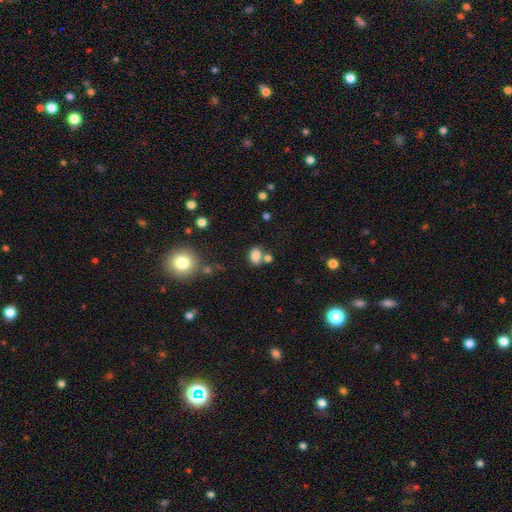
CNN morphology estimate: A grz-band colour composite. It shows a smooth galaxy with no disk features (80%) that is in between round and cigar-shaped (72%). Merging: none (61%).